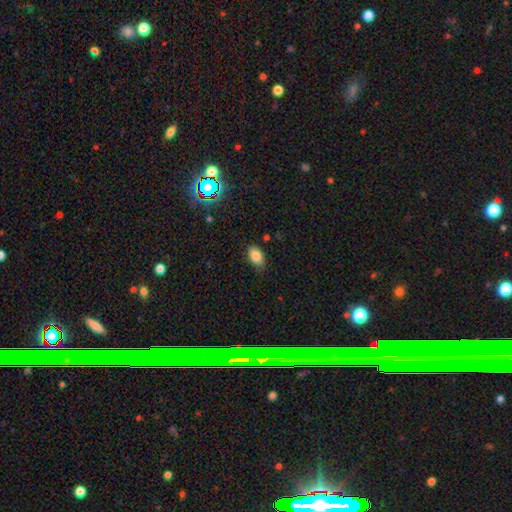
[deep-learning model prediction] smooth-or-featured: smooth: 84% | star or artifact: 10% | featured or disk: 6%
  how-rounded: in between: 89% | round: 9% | cigar-shaped: 2%
  merging: none: 78% | minor disturbance: 18% | major disturbance: 3% | merger: 1%